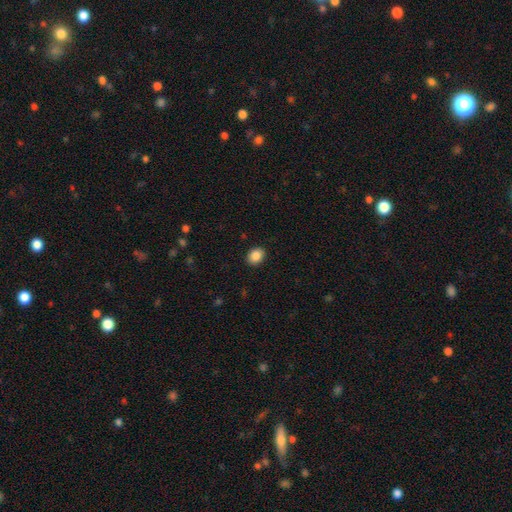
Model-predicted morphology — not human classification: This is clearly a smooth galaxy (88%). How rounded: possibly in between (59%). Merging: clearly none (90%).